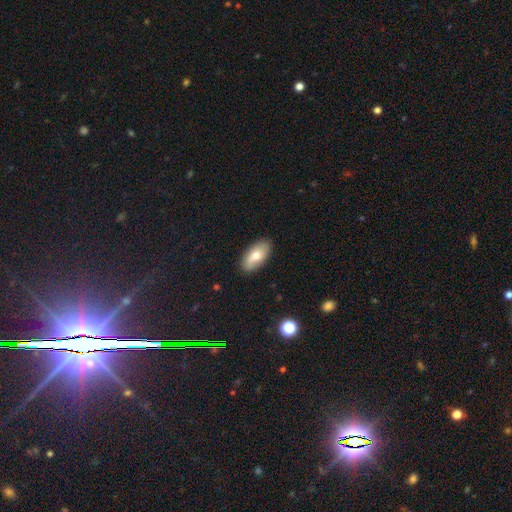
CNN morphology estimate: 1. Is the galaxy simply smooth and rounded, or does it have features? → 72% smooth, 22% featured or disk, 6% star or artifact.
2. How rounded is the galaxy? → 92% in between, 5% cigar-shaped, 3% round.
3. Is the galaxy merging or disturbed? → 86% none, 11% minor disturbance, 2% major disturbance, 1% merger.